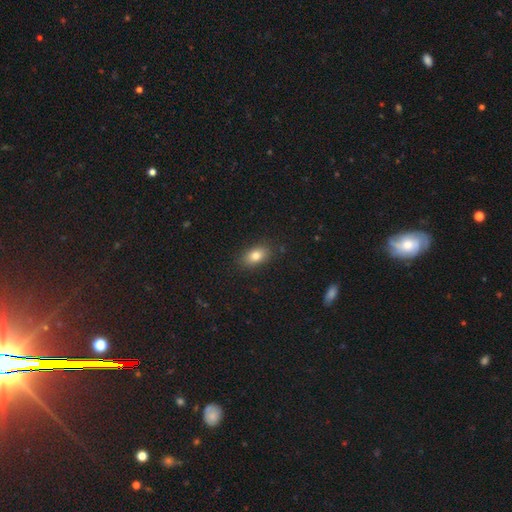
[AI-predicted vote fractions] Smooth or featured: smooth — 82% (featured or disk — 9%)
How rounded: in between — 86% (round — 10%)
Merging: none — 86% (minor disturbance — 10%)